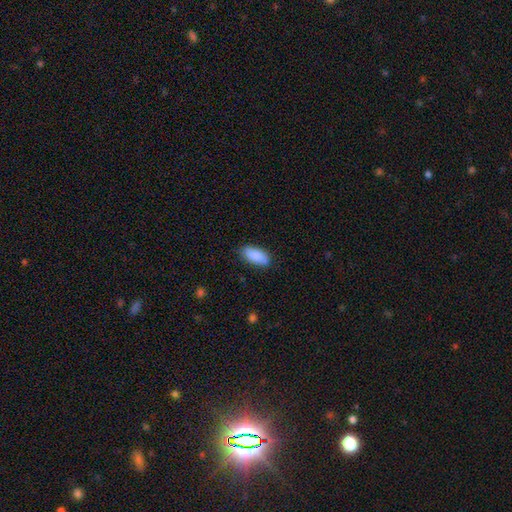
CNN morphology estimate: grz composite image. It shows a smooth galaxy with no disk features (89%) that is in between round and cigar-shaped (89%). Merging: none (82%).